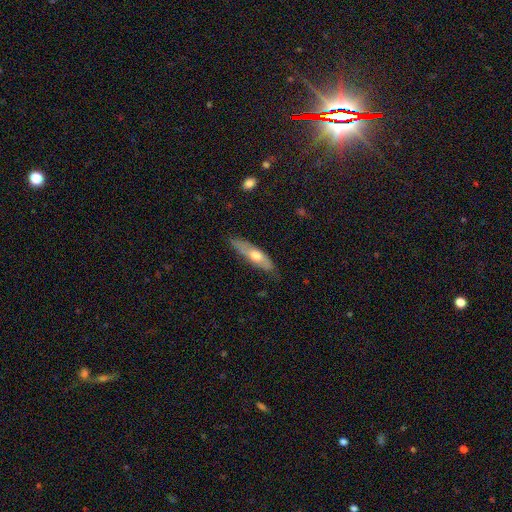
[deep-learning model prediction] A smooth galaxy with no disk features (52%) that is cigar-shaped (66%).

Vote fractions:
- Smooth or featured? smooth: 52% / featured or disk: 42% / star or artifact: 5%
- How rounded? cigar-shaped: 66% / in between: 32% / round: 2%
- Merging? none: 75% / minor disturbance: 20% / major disturbance: 4% / merger: 1%